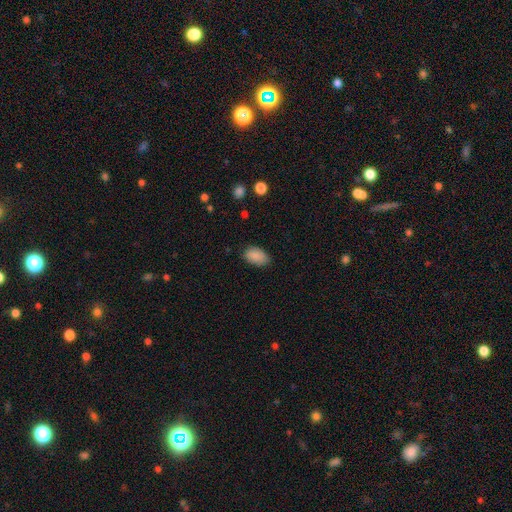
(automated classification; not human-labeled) Overall: smooth (88%). How rounded: in between (92%). Merging: none (80%).